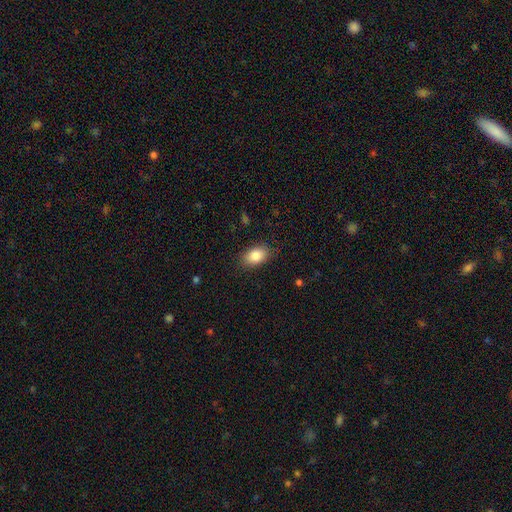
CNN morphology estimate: Smooth or featured?
  - smooth: 86% *
  - star or artifact: 7%
  - featured or disk: 7%
How rounded?
  - in between: 89% *
  - round: 10%
  - cigar-shaped: 2%
Merging?
  - none: 85% *
  - minor disturbance: 11%
  - major disturbance: 3%
  - merger: 1%